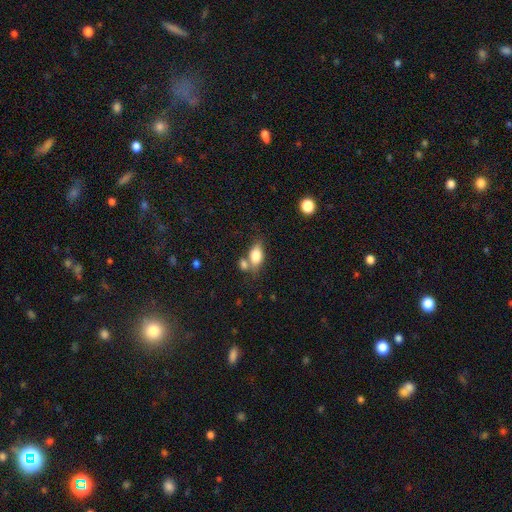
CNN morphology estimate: Smooth or featured: smooth — 78% (featured or disk — 13%)
How rounded: in between — 83% (round — 11%)
Merging: none — 49% (merger — 29%)